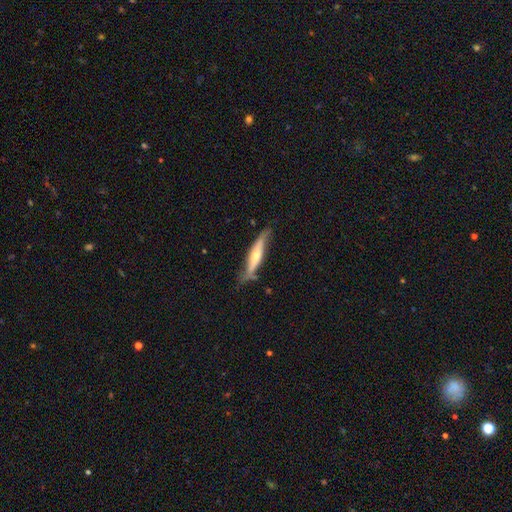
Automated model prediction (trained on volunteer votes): smooth-or-featured: featured or disk: 59% | smooth: 36% | star or artifact: 5%
  disk-edge-on: yes: 82% | no: 18%
  merging: none: 66% | minor disturbance: 25% | major disturbance: 6% | merger: 4%